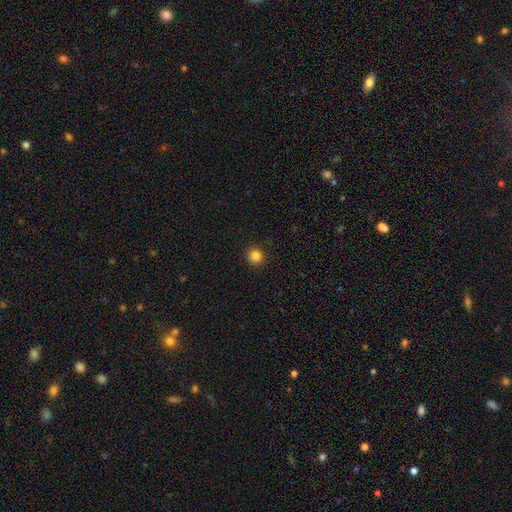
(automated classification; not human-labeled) smooth 84%, star or artifact 12%, featured or disk 4%. Down the decision tree: how rounded — round (95%); merging — none (93%).